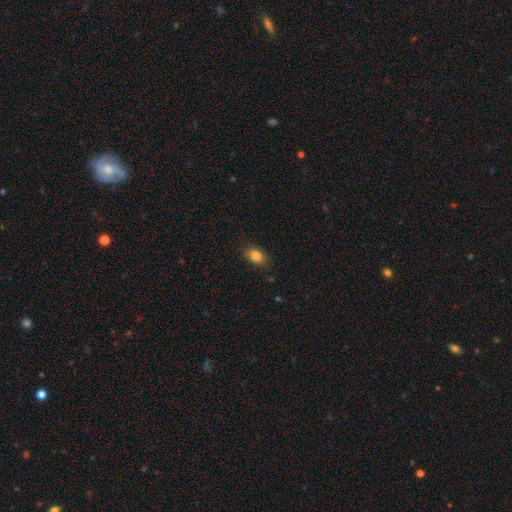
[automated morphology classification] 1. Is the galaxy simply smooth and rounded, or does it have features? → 84% smooth, 9% star or artifact, 7% featured or disk.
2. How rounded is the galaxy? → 83% in between, 16% round, 2% cigar-shaped.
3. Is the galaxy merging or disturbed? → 84% none, 12% minor disturbance, 3% major disturbance, 1% merger.